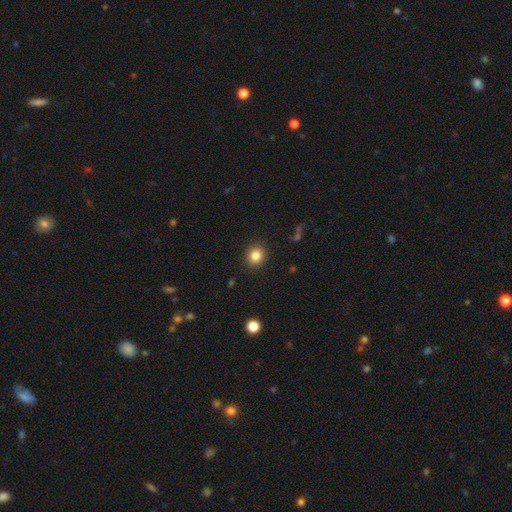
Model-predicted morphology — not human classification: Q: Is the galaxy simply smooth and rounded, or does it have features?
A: smooth — 84%.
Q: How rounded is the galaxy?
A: round — 81%.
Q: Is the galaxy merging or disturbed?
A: none — 91%.